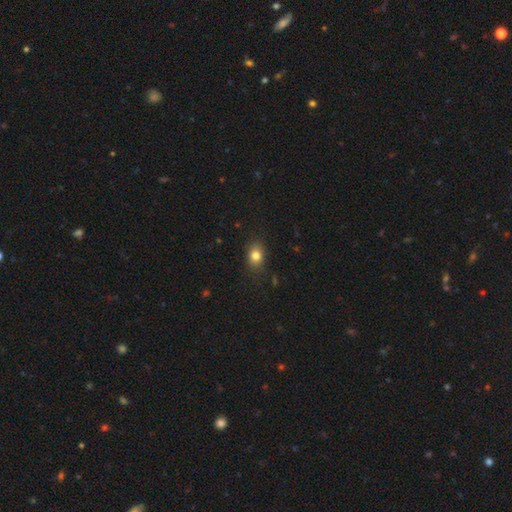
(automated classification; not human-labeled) This appears to be a smooth galaxy with no disk features (81%) that is in between round and cigar-shaped (62%). Merging: none (83%).